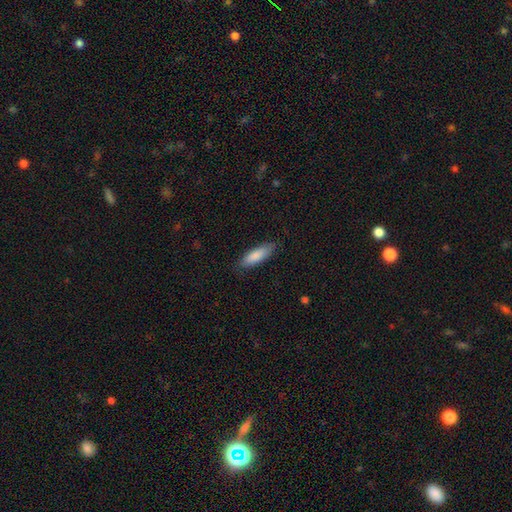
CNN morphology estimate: Smooth or featured? Predicted: smooth (p=0.85). How rounded? Predicted: in between (p=0.52). Merging? Predicted: none (p=0.83).